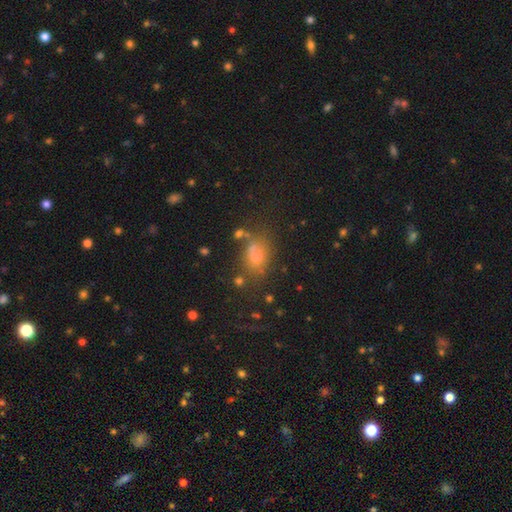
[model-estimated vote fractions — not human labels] Smooth or featured: smooth — 63% (star or artifact — 24%)
How rounded: in between — 62% (round — 36%)
Merging: none — 64% (minor disturbance — 17%)